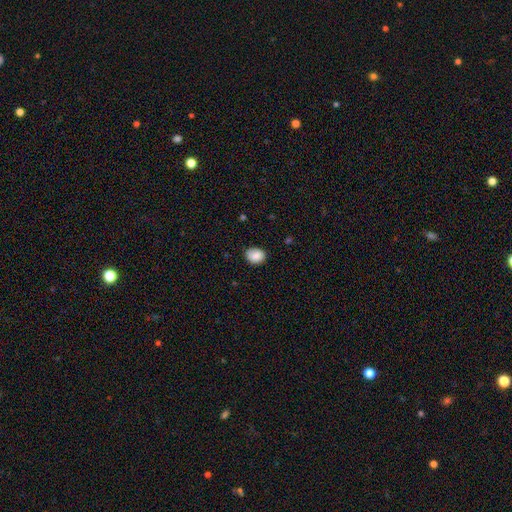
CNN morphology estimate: Smooth or featured: smooth — 87% (star or artifact — 8%)
How rounded: in between — 55% (round — 44%)
Merging: none — 79% (minor disturbance — 17%)